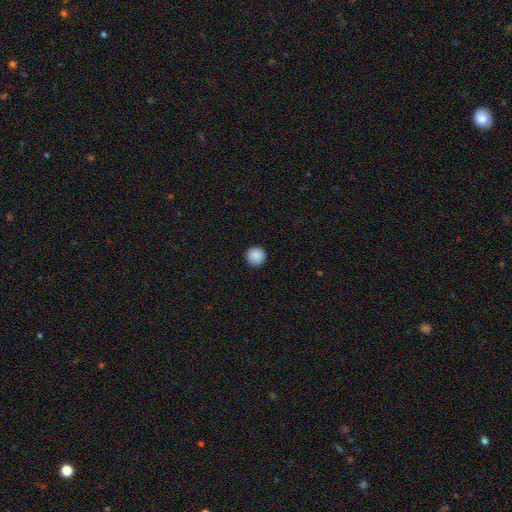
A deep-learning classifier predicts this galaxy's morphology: smooth_or_featured: smooth (p=0.89) [alt: star or artifact p=0.08]
how_rounded: round (p=0.96) [alt: in between p=0.03]
merging: none (p=0.93) [alt: minor disturbance p=0.05]